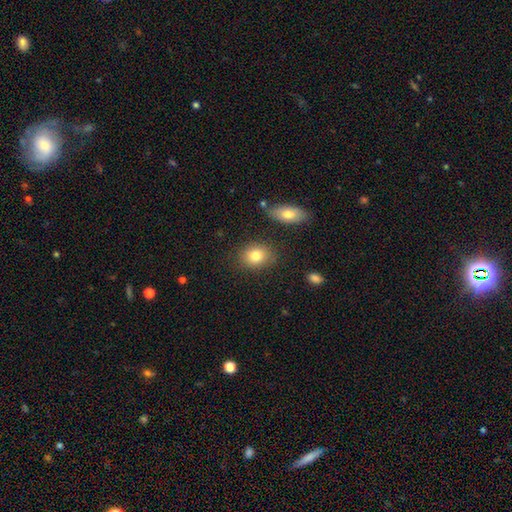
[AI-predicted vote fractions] smooth-or-featured: smooth: 81% | featured or disk: 10% | star or artifact: 9%
  how-rounded: in between: 51% | round: 48% | cigar-shaped: 1%
  merging: none: 81% | minor disturbance: 11% | merger: 4% | major disturbance: 3%